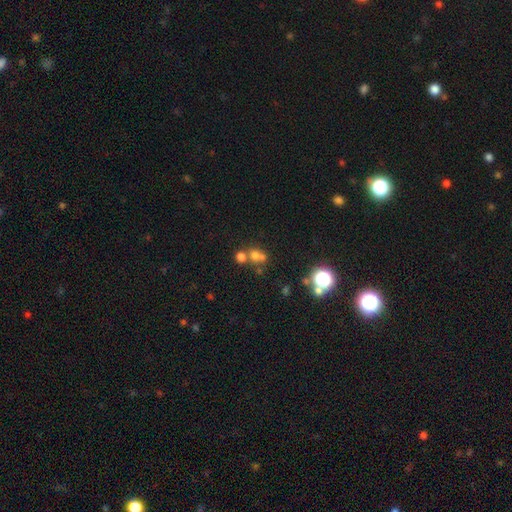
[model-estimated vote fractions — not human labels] Smooth or featured?
  - smooth: 61% *
  - star or artifact: 25%
  - featured or disk: 15%
How rounded?
  - round: 78% *
  - in between: 20%
  - cigar-shaped: 1%
Merging?
  - merger: 45% *
  - none: 42%
  - minor disturbance: 7%
  - major disturbance: 5%